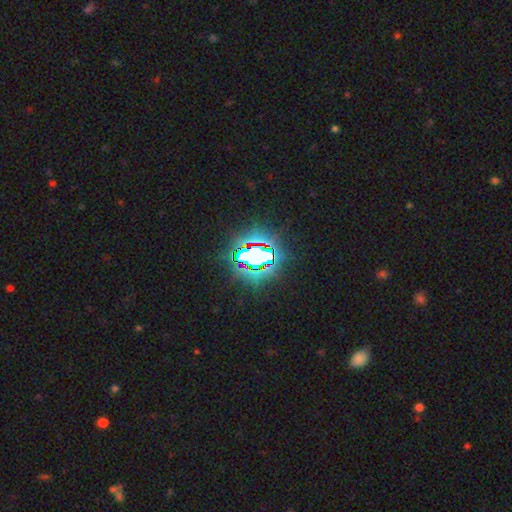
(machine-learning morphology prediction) Smooth or featured: star or artifact — 76% (smooth — 13%)